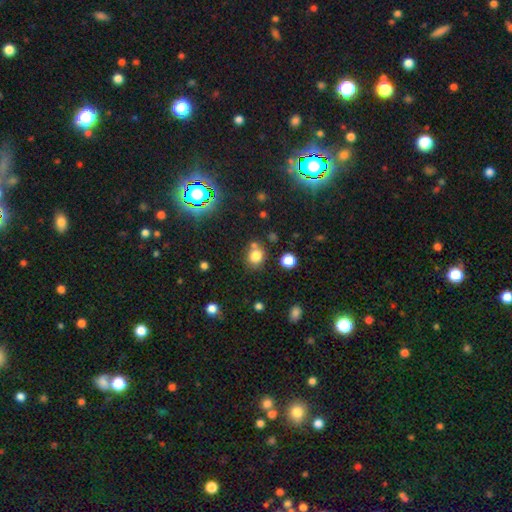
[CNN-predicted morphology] This appears to be a smooth galaxy with no disk features (78%) that is round (72%). Merging: none (66%).